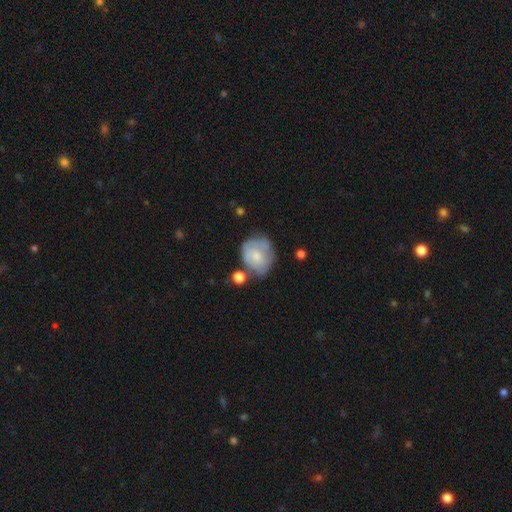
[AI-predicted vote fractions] The model was most divided on "smooth or featured": smooth: 53%, featured or disk: 40%, star or artifact: 7%. Remaining: how rounded — round (68%); merging — none (46%).